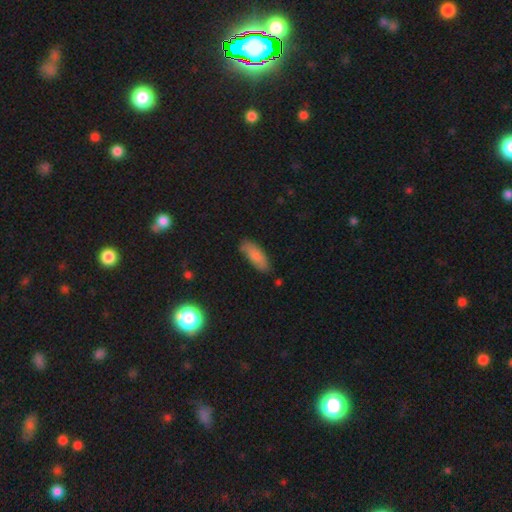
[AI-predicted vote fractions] smooth-or-featured: smooth: 82% | featured or disk: 11% | star or artifact: 7%
  how-rounded: in between: 70% | cigar-shaped: 28% | round: 2%
  merging: none: 73% | minor disturbance: 20% | major disturbance: 4% | merger: 3%